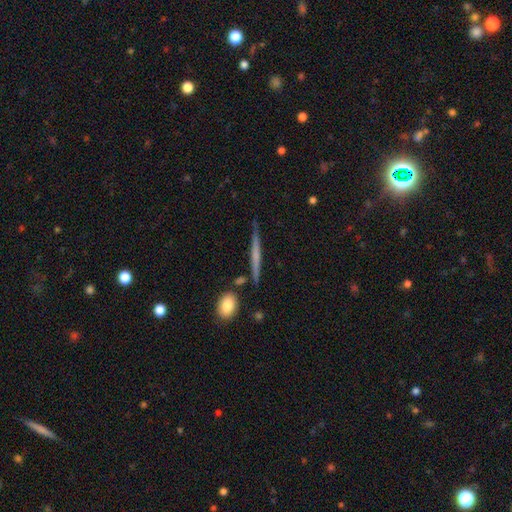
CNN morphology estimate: smooth_or_featured: featured or disk (p=0.53) [alt: smooth p=0.41]
disk_edge_on: yes (p=0.96) [alt: no p=0.04]
edge_on_bulge: none (p=0.67) [alt: rounded p=0.23]
merging: none (p=0.85) [alt: minor disturbance p=0.09]